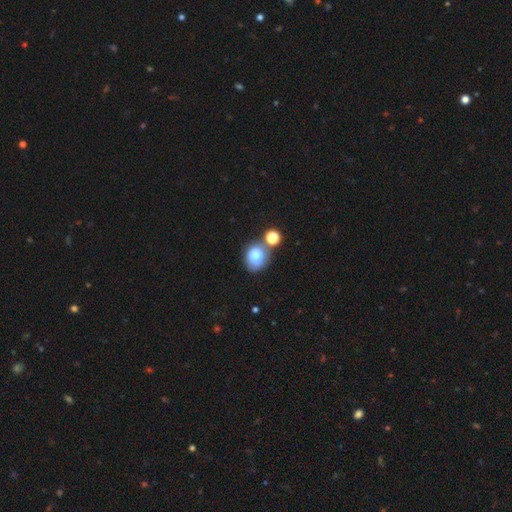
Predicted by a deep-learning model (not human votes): smooth_or_featured: smooth (p=0.76) [alt: featured or disk p=0.13]
how_rounded: round (p=0.61) [alt: in between p=0.38]
merging: none (p=0.49) [alt: merger p=0.28]